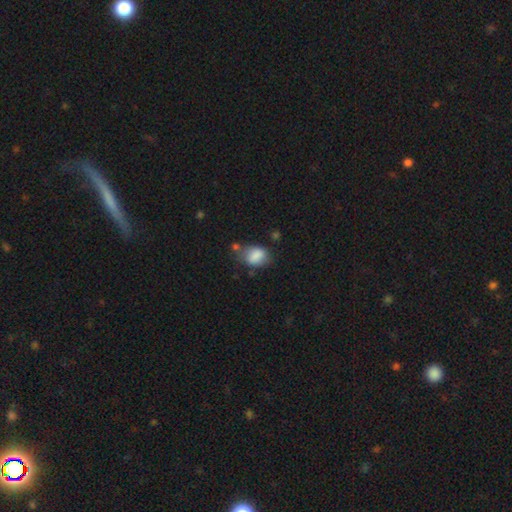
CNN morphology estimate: Q: Smooth or featured?
A: smooth (82%); runner-up: featured or disk (9%)
Q: How rounded?
A: in between (69%); runner-up: round (30%)
Q: Merging?
A: none (52%); runner-up: minor disturbance (27%)